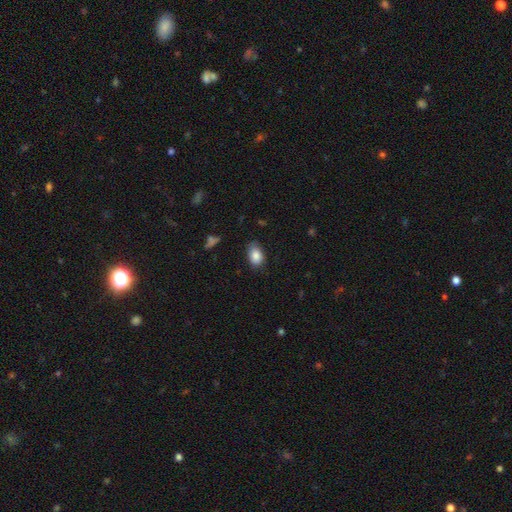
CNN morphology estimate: Q: Smooth or featured?
A: smooth (86%); runner-up: star or artifact (8%)
Q: How rounded?
A: in between (85%); runner-up: round (13%)
Q: Merging?
A: none (72%); runner-up: minor disturbance (22%)